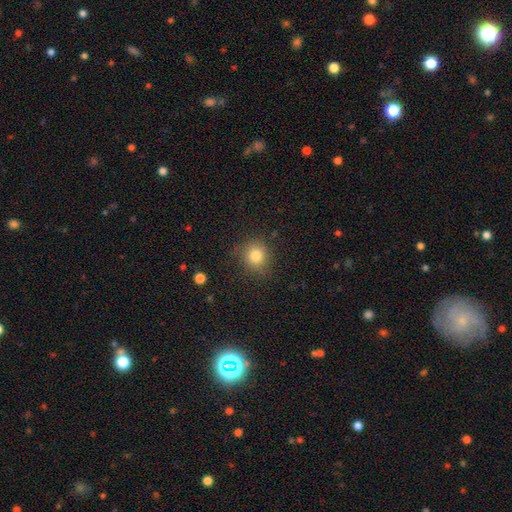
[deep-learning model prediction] This is clearly a smooth galaxy (81%). How rounded: clearly round (84%). Merging: clearly none (81%).